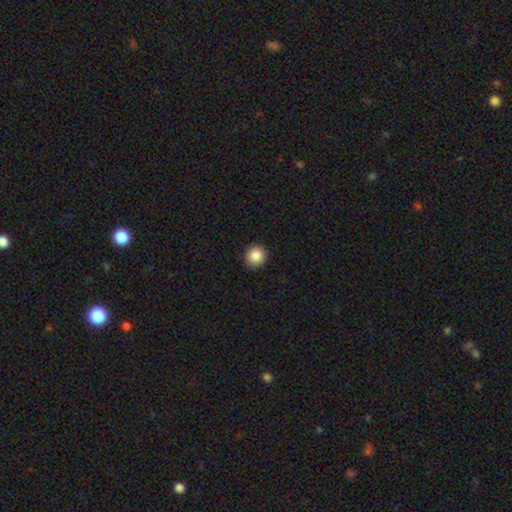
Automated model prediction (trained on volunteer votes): A smooth galaxy with no disk features (87%) that is round (89%).

Vote fractions:
- Smooth or featured? smooth: 87% / star or artifact: 9% / featured or disk: 4%
- How rounded? round: 89% / in between: 10% / cigar-shaped: 1%
- Merging? none: 91% / minor disturbance: 6% / major disturbance: 2% / merger: 1%